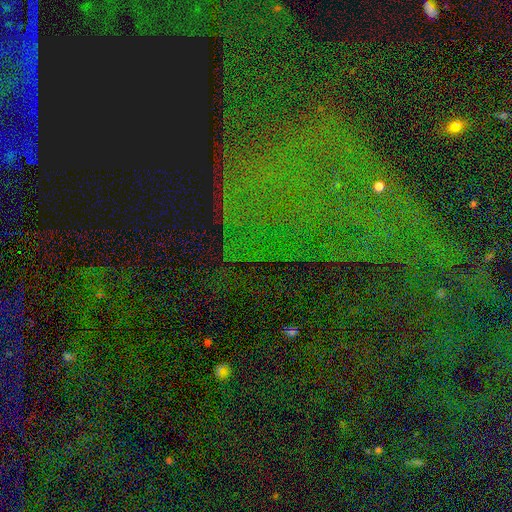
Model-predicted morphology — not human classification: smooth-or-featured: star or artifact: 80% | featured or disk: 10% | smooth: 10%